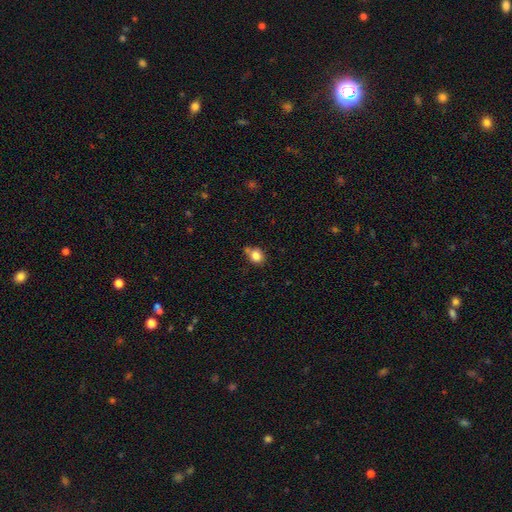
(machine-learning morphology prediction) A smooth galaxy with no disk features (83%) that is round (63%). Merging: none (58%).